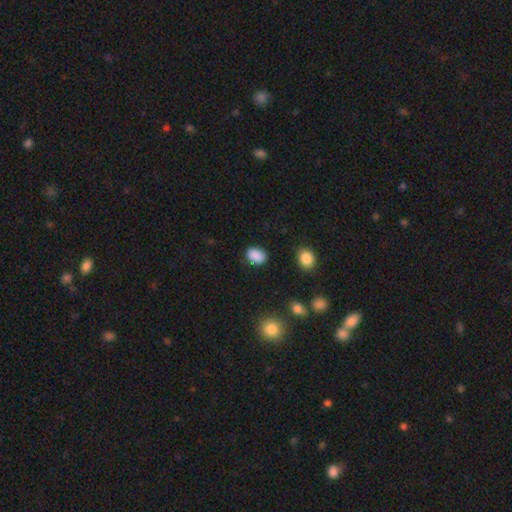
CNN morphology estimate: Q: Smooth or featured?
A: smooth (89%); runner-up: star or artifact (8%)
Q: How rounded?
A: in between (73%); runner-up: round (26%)
Q: Merging?
A: none (84%); runner-up: minor disturbance (11%)